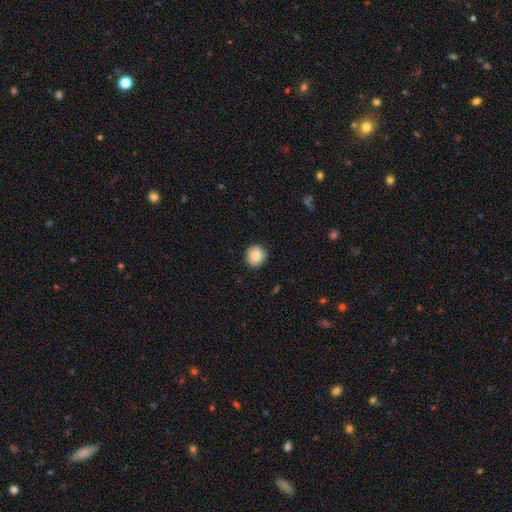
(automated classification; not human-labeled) Smooth or featured: smooth — 87% (star or artifact — 8%)
How rounded: round — 86% (in between — 13%)
Merging: none — 89% (minor disturbance — 8%)